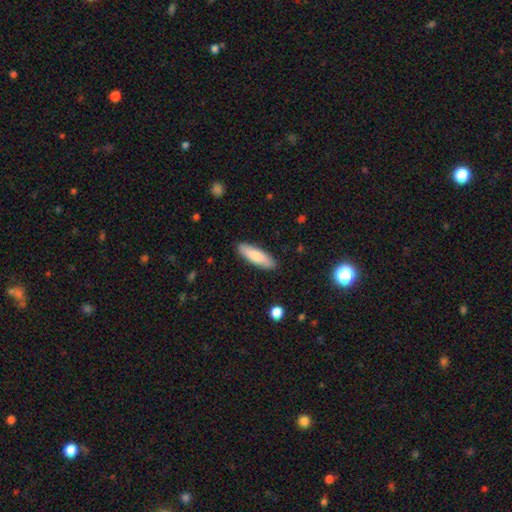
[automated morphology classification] Q: Smooth or featured?
A: smooth (81%); runner-up: featured or disk (14%)
Q: How rounded?
A: cigar-shaped (53%); runner-up: in between (45%)
Q: Merging?
A: none (88%); runner-up: minor disturbance (9%)